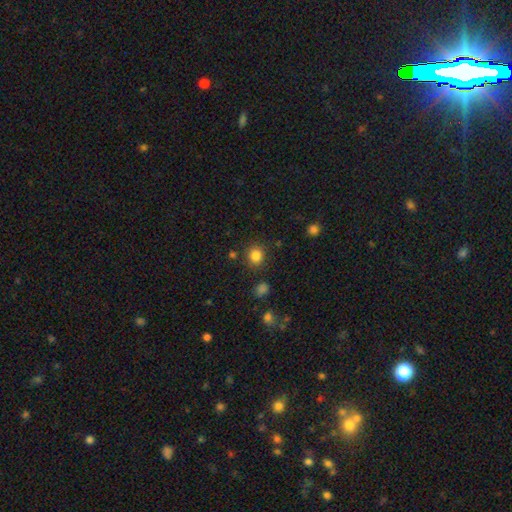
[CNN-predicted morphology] Smooth or featured: smooth — 84% (star or artifact — 12%)
How rounded: round — 83% (in between — 17%)
Merging: none — 86% (minor disturbance — 8%)